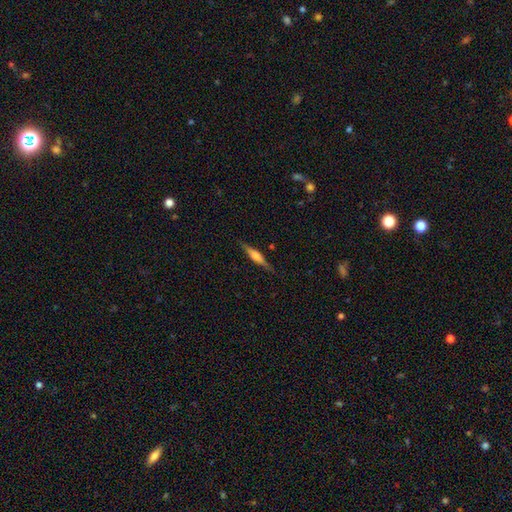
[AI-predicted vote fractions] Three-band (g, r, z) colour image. It shows a featured or disk galaxy (64%) viewed edge-on (97%) with a rounded central bulge (75%). Merging: none (87%).